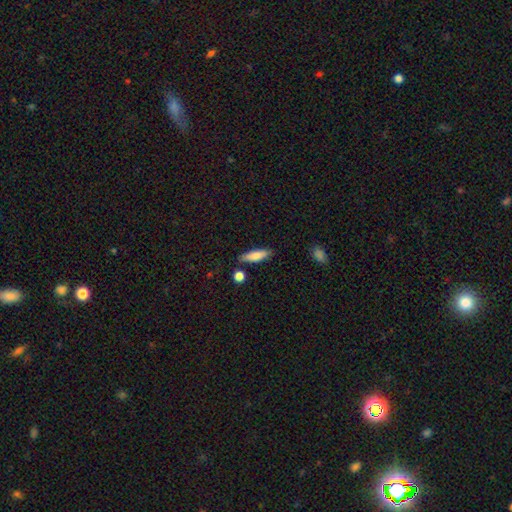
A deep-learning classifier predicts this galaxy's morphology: Overall: smooth (81%). How rounded: cigar-shaped (57%; in between 40%). Merging: none (80%).